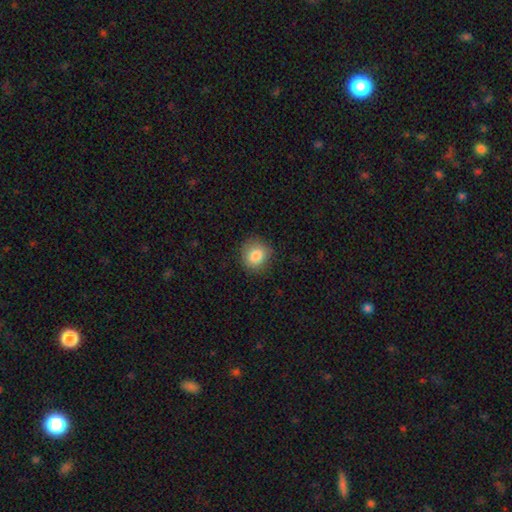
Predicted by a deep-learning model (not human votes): smooth-or-featured: smooth: 85% | star or artifact: 9% | featured or disk: 6%
  how-rounded: round: 82% | in between: 17% | cigar-shaped: 1%
  merging: none: 84% | minor disturbance: 11% | major disturbance: 3% | merger: 1%